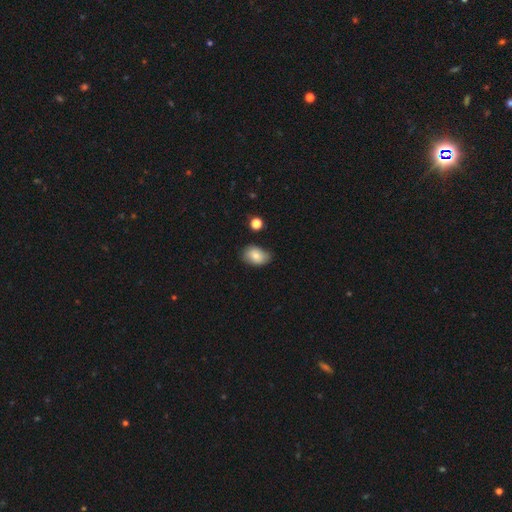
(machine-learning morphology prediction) This is likely a smooth galaxy (79%). How rounded: clearly in between (82%). Merging: likely none (69%).